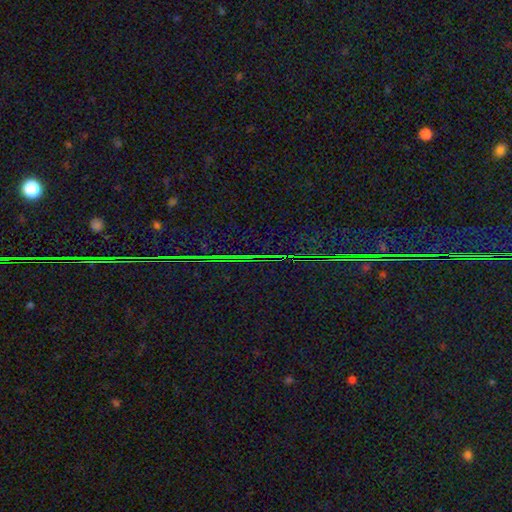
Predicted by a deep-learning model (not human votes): A star or artifact, not a galaxy (86%).